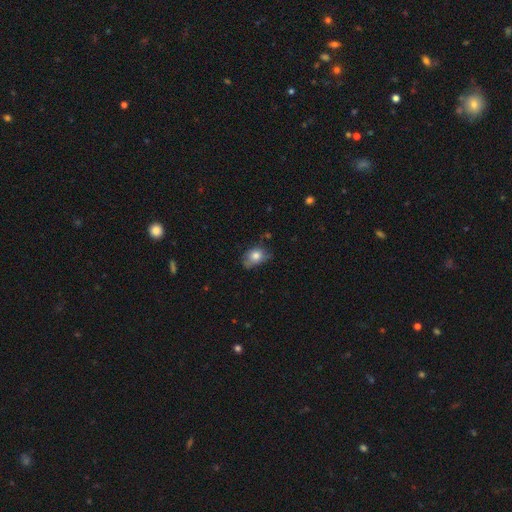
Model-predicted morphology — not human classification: Overall: smooth (77%). How rounded: in between (68%; round 31%). Merging: none (48%; minor disturbance 37%).